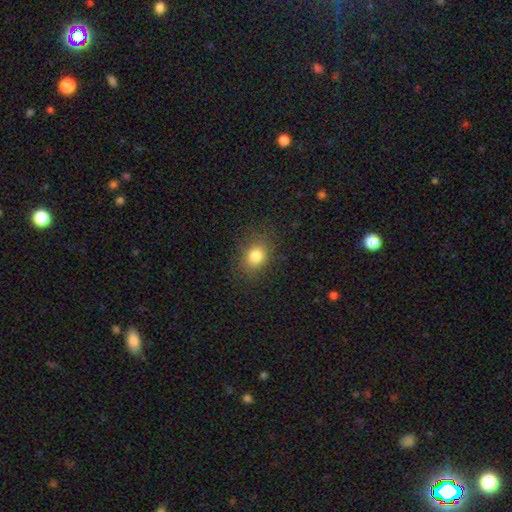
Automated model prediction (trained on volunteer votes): Overall: smooth (81%). How rounded: in between (50%; round 49%). Merging: none (84%).